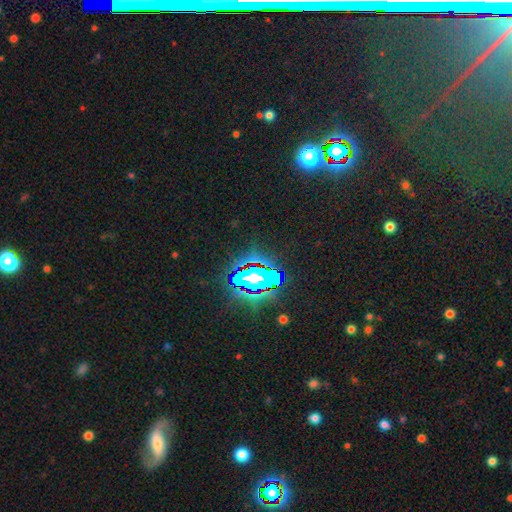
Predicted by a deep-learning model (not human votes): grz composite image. It shows a star or artifact, not a galaxy (83%).